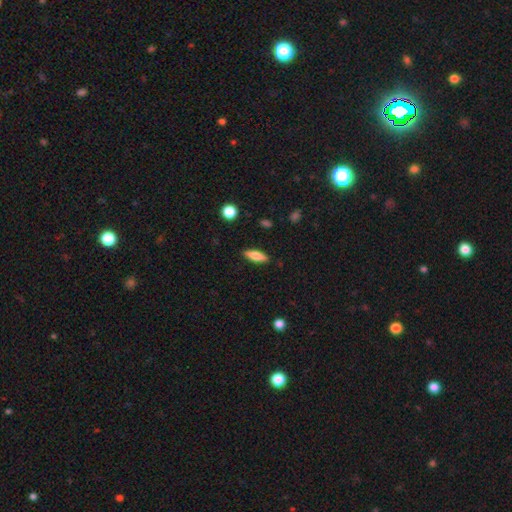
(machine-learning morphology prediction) Smooth or featured: smooth — 68% (featured or disk — 25%)
How rounded: cigar-shaped — 51% (in between — 47%)
Merging: none — 88% (minor disturbance — 9%)